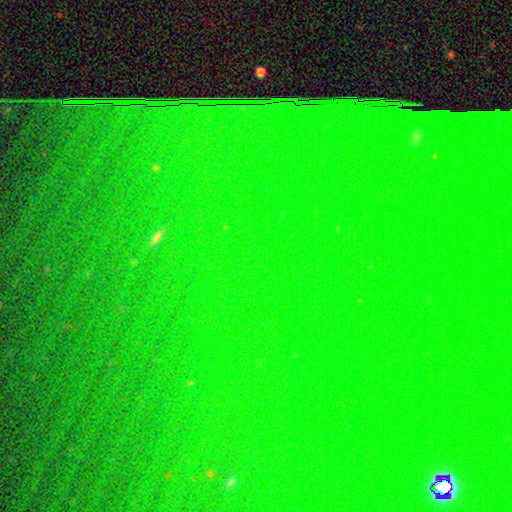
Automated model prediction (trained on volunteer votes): A star or artifact, not a galaxy (84%).